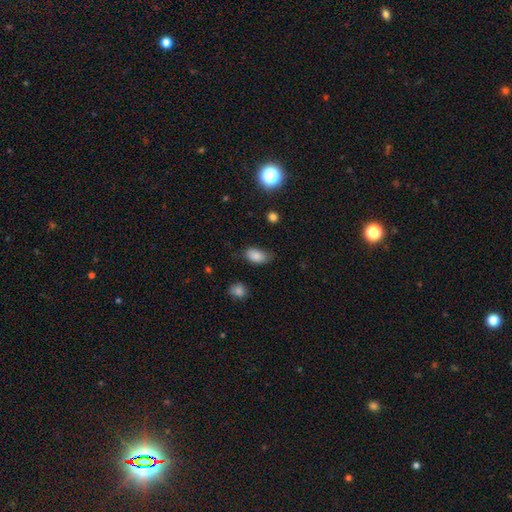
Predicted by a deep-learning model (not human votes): Smooth or featured?
  - smooth: 84% *
  - star or artifact: 10%
  - featured or disk: 6%
How rounded?
  - in between: 91% *
  - round: 7%
  - cigar-shaped: 2%
Merging?
  - none: 59% *
  - minor disturbance: 32%
  - major disturbance: 7%
  - merger: 2%